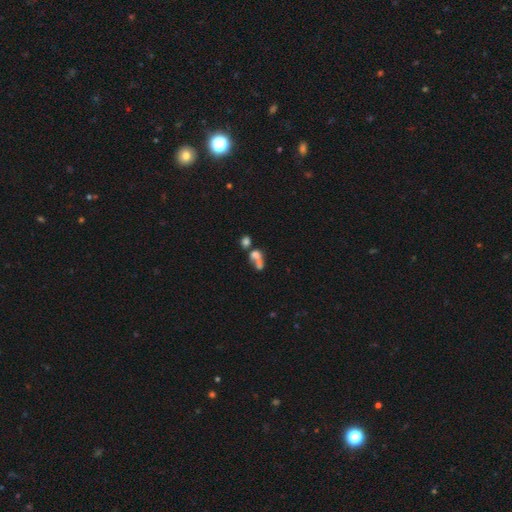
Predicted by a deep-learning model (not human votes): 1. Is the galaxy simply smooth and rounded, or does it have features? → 62% smooth, 24% featured or disk, 14% star or artifact.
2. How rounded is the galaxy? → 54% in between, 40% round, 6% cigar-shaped.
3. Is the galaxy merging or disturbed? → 58% merger, 21% none, 13% major disturbance, 8% minor disturbance.